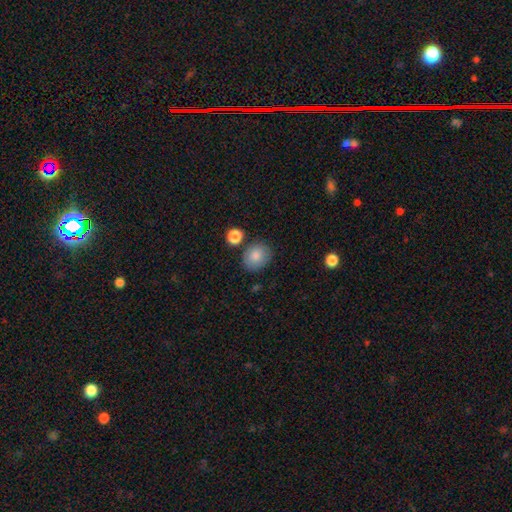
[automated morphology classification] type=smooth (83%); roundness=round (56%); merging=none (79%).